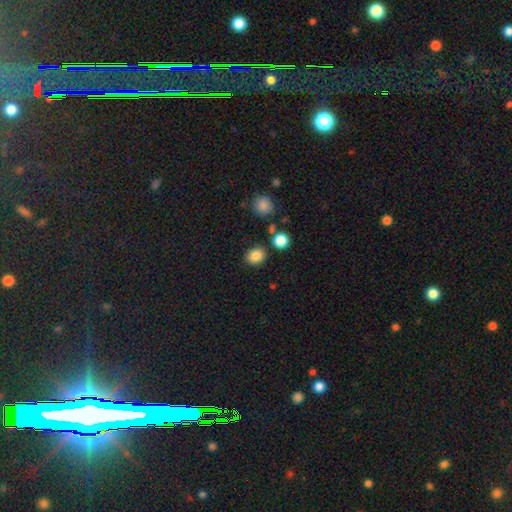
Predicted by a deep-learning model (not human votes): smooth 84%, star or artifact 11%, featured or disk 5%. Down the decision tree: how rounded — round (69%); merging — none (84%).